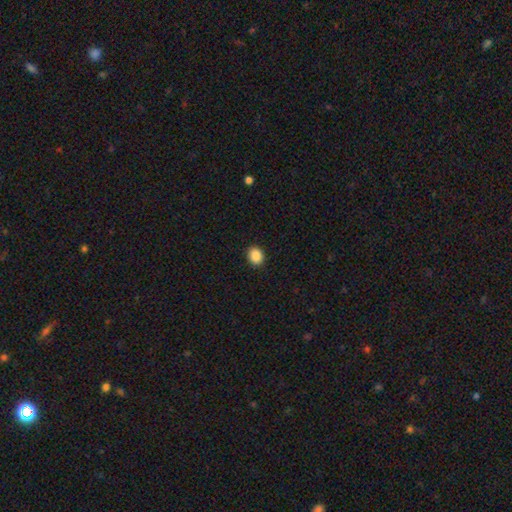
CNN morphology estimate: Smooth or featured?
  - smooth: 89% *
  - star or artifact: 9%
  - featured or disk: 3%
How rounded?
  - round: 60% *
  - in between: 39%
  - cigar-shaped: 1%
Merging?
  - none: 91% *
  - minor disturbance: 6%
  - major disturbance: 2%
  - merger: 1%